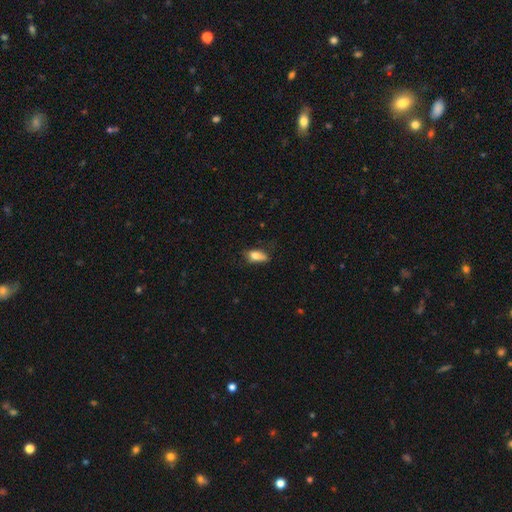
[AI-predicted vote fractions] The model was most divided on "merging": none: 57%, minor disturbance: 31%, major disturbance: 10%, merger: 2%. More confident: how rounded — in between (83%); smooth or featured — smooth (77%).